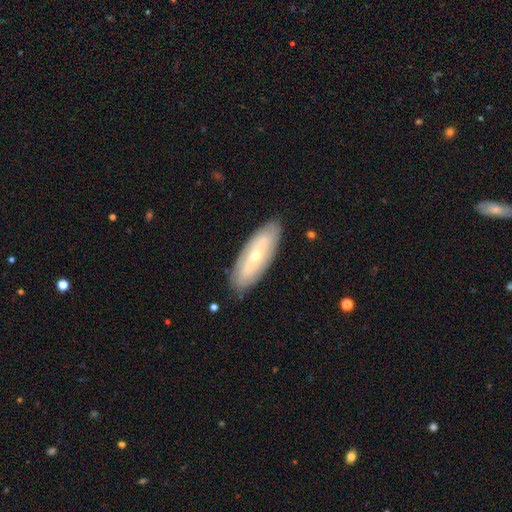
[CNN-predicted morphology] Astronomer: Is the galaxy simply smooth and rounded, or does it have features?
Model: featured or disk — 55% (runner-up: smooth, 38%).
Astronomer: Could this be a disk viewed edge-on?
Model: no — 75%.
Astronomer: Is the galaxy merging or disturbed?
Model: none — 85%.